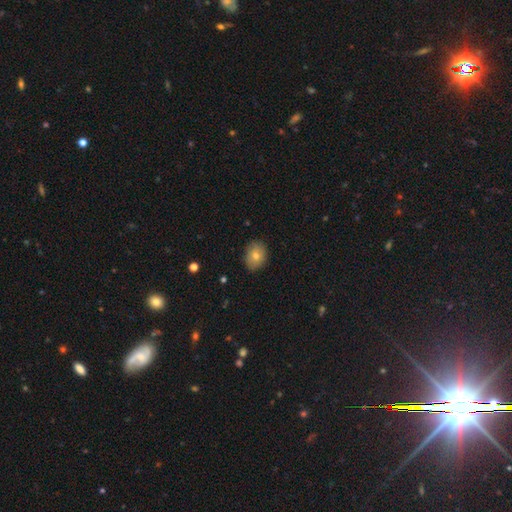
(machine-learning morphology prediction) Smooth or featured? Predicted: smooth (p=0.72). How rounded? Predicted: in between (p=0.66). Merging? Predicted: none (p=0.84).